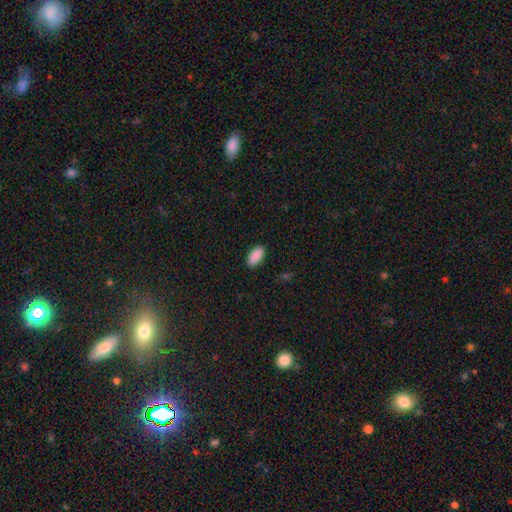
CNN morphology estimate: Overall: smooth (90%). How rounded: in between (94%). Merging: none (89%).